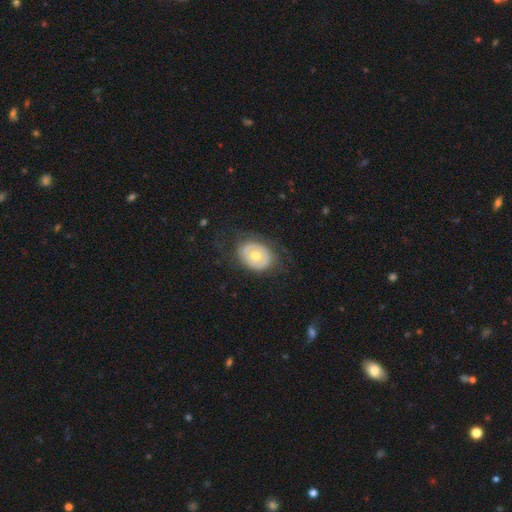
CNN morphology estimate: This appears to be a featured or disk galaxy (52%). Merging: none (72%).